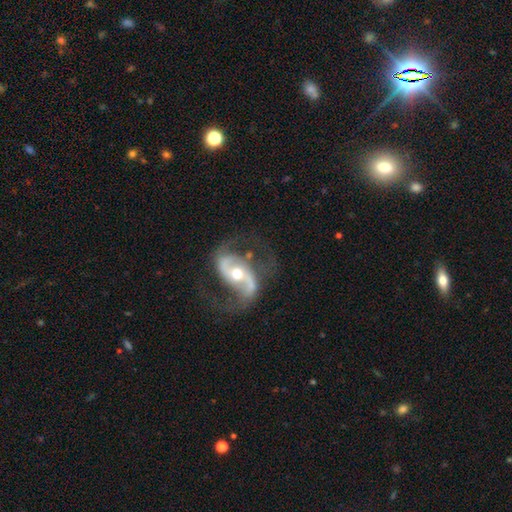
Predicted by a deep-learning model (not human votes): smooth-or-featured: featured or disk: 81% | star or artifact: 10% | smooth: 9%
  disk-edge-on: no: 95% | yes: 5%
    bar: strong: 37% | weak: 35% | no: 28%
    has-spiral-arms: yes: 89% | no: 11%
      spiral-winding: loose: 43% | medium: 41% | tight: 16%
      spiral-arm-count: 2: 76% | 1: 10% | can't tell: 7% | 3: 3% | 4: 2% | more than 4: 2%
    bulge-size: moderate: 53% | small: 36% | large: 7% | none: 2% | dominant: 2%
  merging: none: 48% | major disturbance: 20% | merger: 18% | minor disturbance: 14%